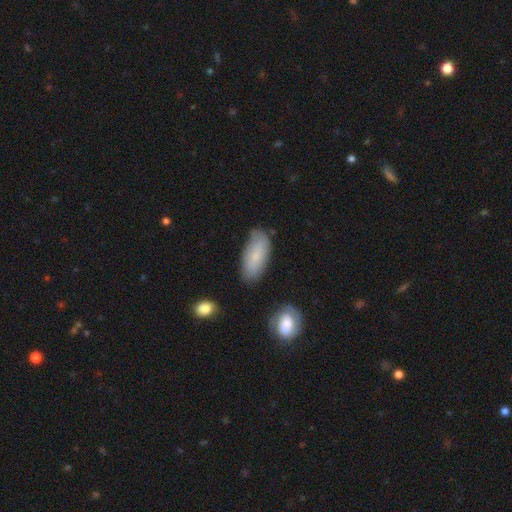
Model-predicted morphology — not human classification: smooth_or_featured: smooth (p=0.75) [alt: featured or disk p=0.19]
how_rounded: in between (p=0.85) [alt: cigar-shaped p=0.13]
merging: none (p=0.73) [alt: minor disturbance p=0.20]